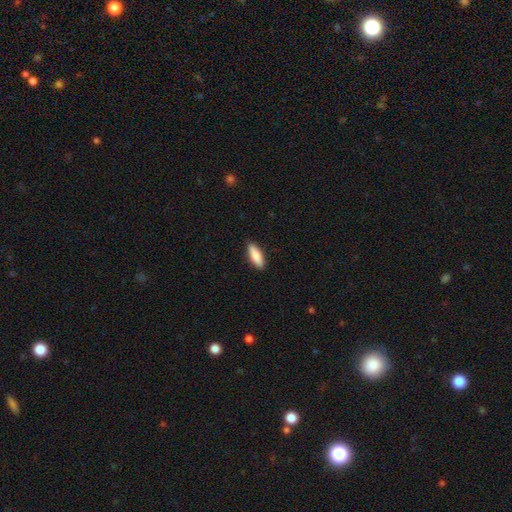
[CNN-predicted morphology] This is clearly a smooth galaxy (82%). How rounded: possibly in between (54%). Merging: clearly none (89%).